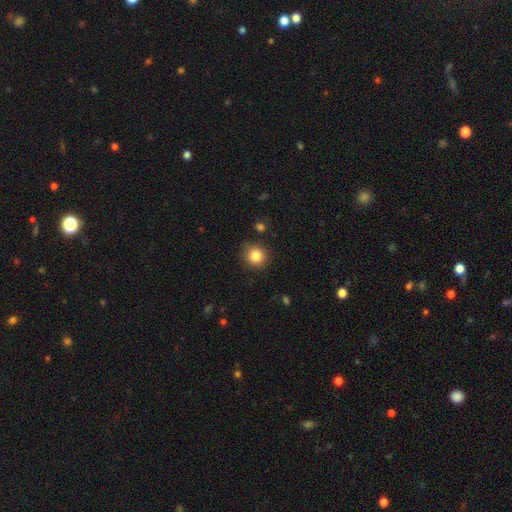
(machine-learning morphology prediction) type=smooth (84%); roundness=round (88%); merging=none (87%).